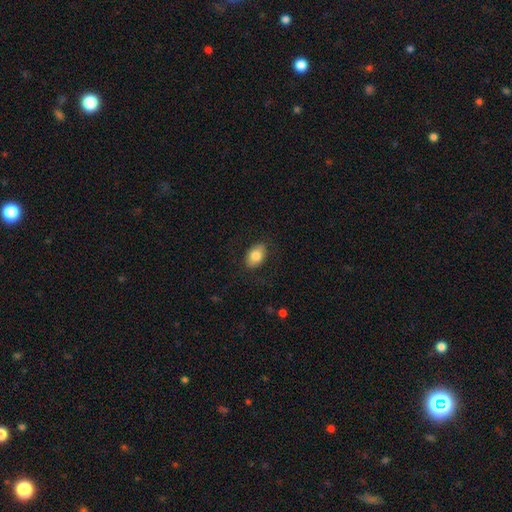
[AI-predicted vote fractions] A smooth galaxy with no disk features (82%) that is in between round and cigar-shaped (86%). Merging: none (83%).